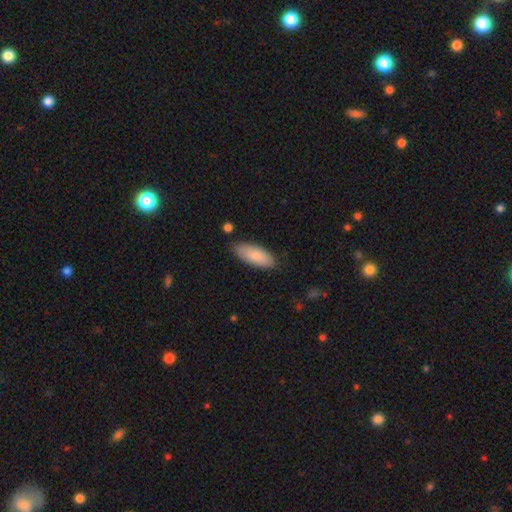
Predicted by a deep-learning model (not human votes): Smooth or featured? Predicted: smooth (p=0.86). How rounded? Predicted: in between (p=0.82). Merging? Predicted: none (p=0.84).